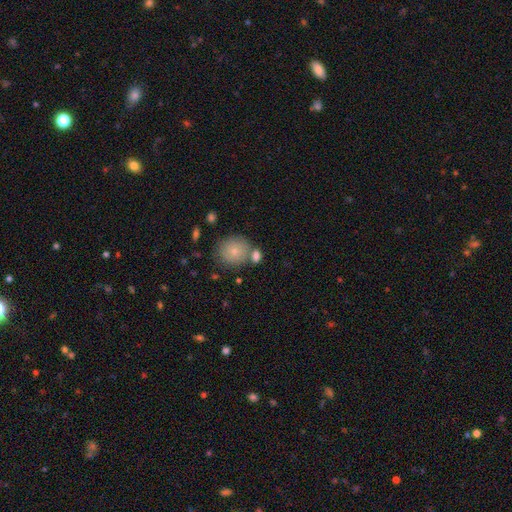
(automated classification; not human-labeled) smooth-or-featured: smooth: 79% | featured or disk: 12% | star or artifact: 9%
  how-rounded: round: 66% | in between: 33% | cigar-shaped: 2%
  merging: none: 56% | merger: 27% | minor disturbance: 12% | major disturbance: 4%